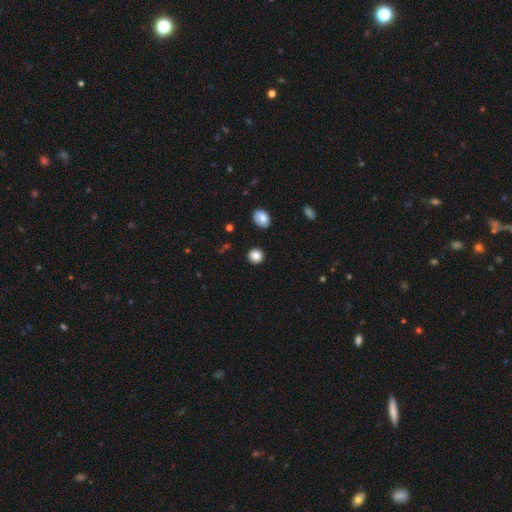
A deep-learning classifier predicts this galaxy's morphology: Smooth or featured? Predicted: smooth (p=0.85). How rounded? Predicted: round (p=0.89). Merging? Predicted: none (p=0.91).